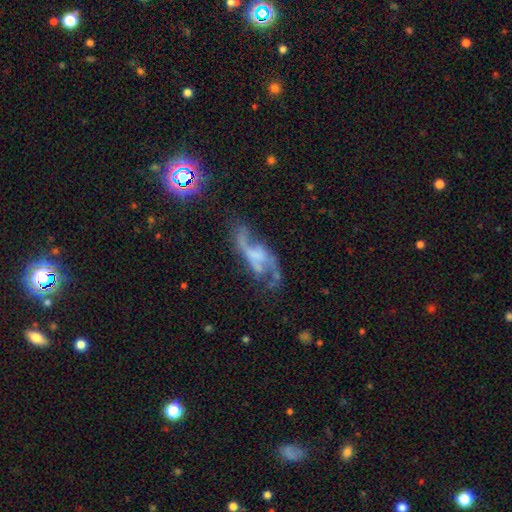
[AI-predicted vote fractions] Overall: featured or disk (74%). Edge-on disk: no (90%). Bar: no (52%; weak 34%). Spiral arms: yes (80%). Spiral arm count: 2 (74%). Spiral winding: loose (70%). Bulge size: none (49%; small 22%). Merging: none (41%; major disturbance 31%).